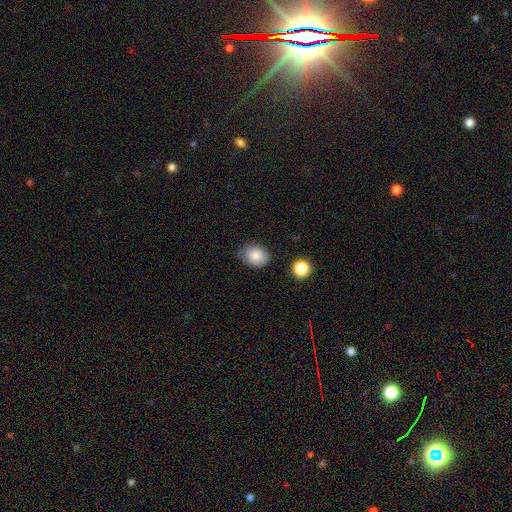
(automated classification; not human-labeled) Q: Smooth or featured?
A: smooth (84%); runner-up: star or artifact (8%)
Q: How rounded?
A: in between (62%); runner-up: round (37%)
Q: Merging?
A: none (73%); runner-up: minor disturbance (21%)